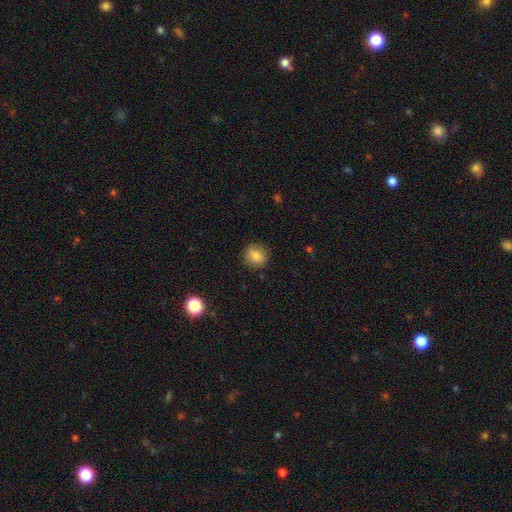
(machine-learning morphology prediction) A smooth galaxy with no disk features (83%) that is round (77%). Merging: none (87%).